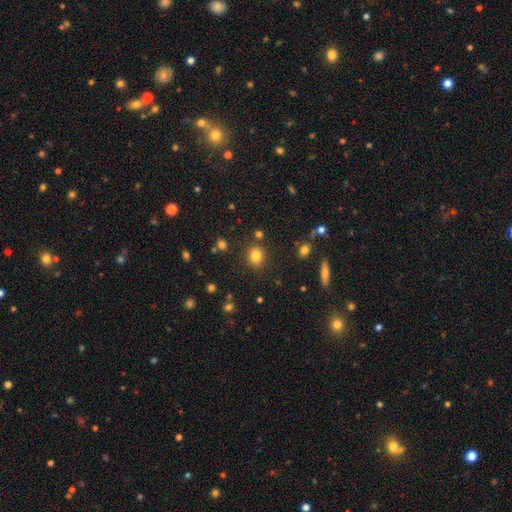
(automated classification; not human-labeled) Morphology: type=smooth (81%); roundness=round (73%); merging=none (85%).